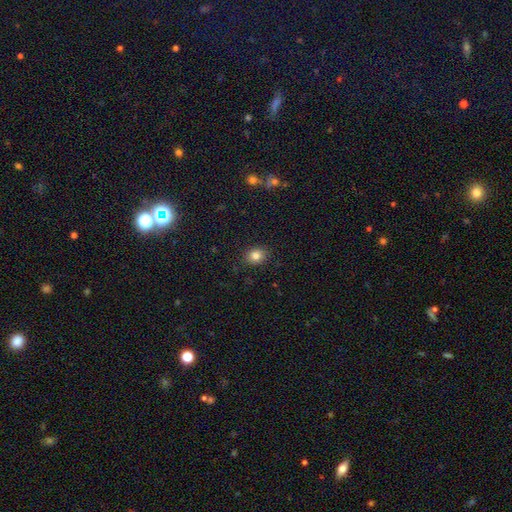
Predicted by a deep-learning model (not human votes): Smooth or featured? smooth (82%)
How rounded? round (57%)
Merging? none (88%)